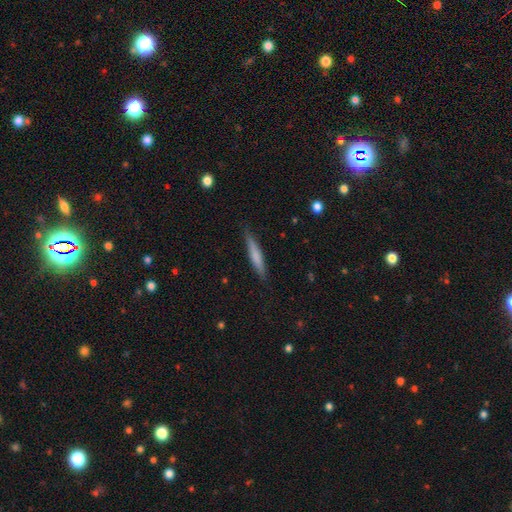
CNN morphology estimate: Smooth or featured: smooth — 66% (featured or disk — 29%)
How rounded: cigar-shaped — 92% (in between — 7%)
Merging: none — 86% (minor disturbance — 11%)